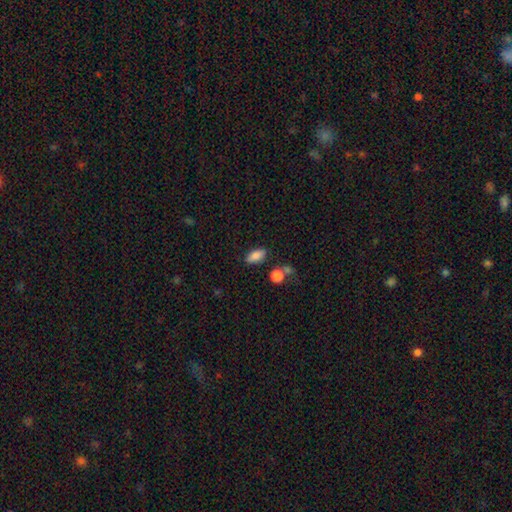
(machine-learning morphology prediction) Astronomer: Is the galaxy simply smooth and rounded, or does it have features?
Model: smooth — 84%.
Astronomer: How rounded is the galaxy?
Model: in between — 86%.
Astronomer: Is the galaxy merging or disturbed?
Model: none — 79%.